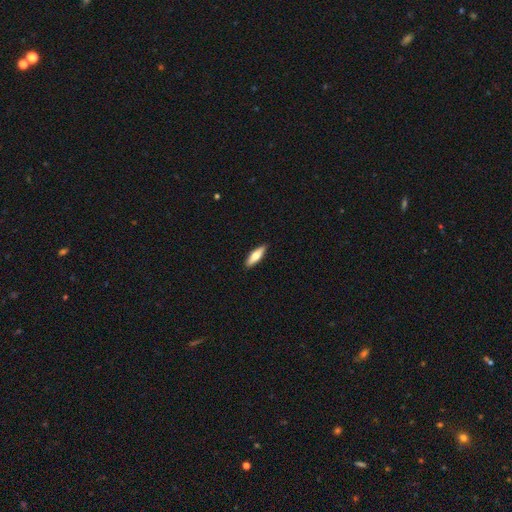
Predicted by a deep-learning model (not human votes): Smooth or featured: smooth — 68% (featured or disk — 27%)
How rounded: cigar-shaped — 58% (in between — 40%)
Merging: none — 90% (minor disturbance — 7%)